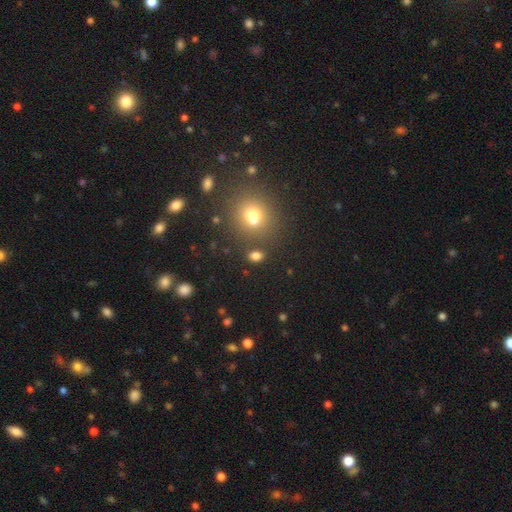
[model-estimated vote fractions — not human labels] Smooth or featured? smooth (76%)
How rounded? in between (69%)
Merging? none (71%)